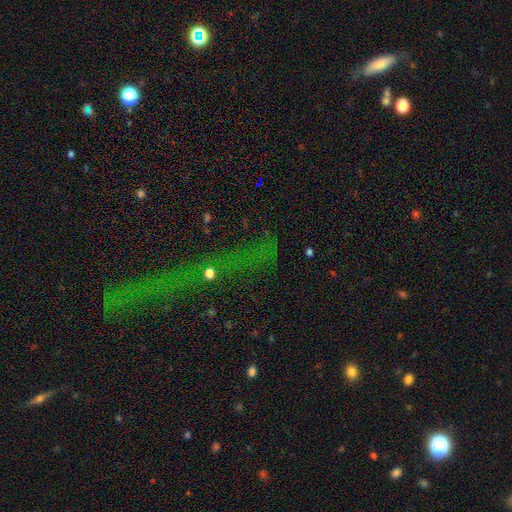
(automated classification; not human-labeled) A star or artifact, not a galaxy (71%).

Vote fractions:
- Smooth or featured? star or artifact: 71% / smooth: 16% / featured or disk: 13%